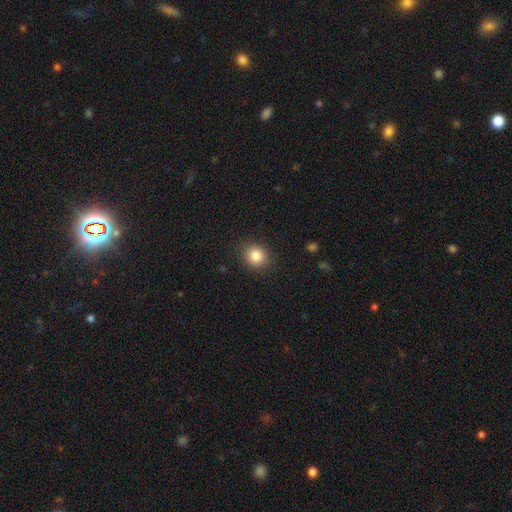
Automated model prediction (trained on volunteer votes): A smooth galaxy with no disk features (84%) that is round (73%). Merging: none (88%).